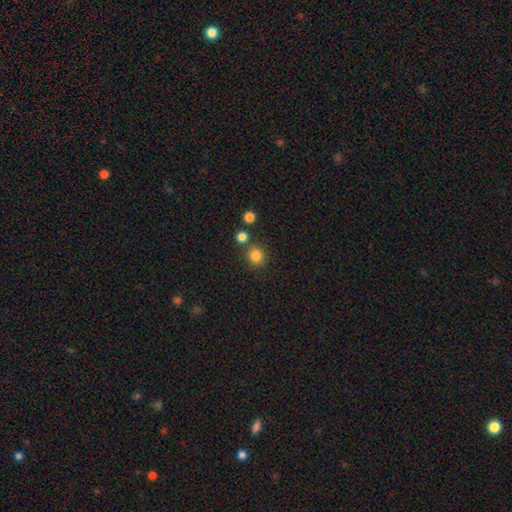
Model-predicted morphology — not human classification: Smooth or featured? smooth (82%)
How rounded? round (89%)
Merging? none (80%)